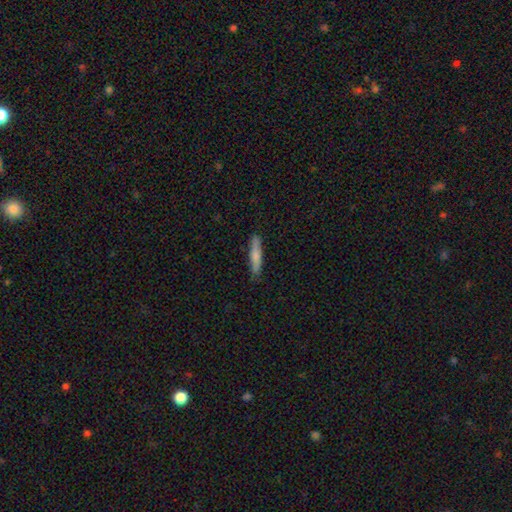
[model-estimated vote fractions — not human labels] The model was most divided on "smooth or featured": smooth: 74%, featured or disk: 20%, star or artifact: 5%. More confident: how rounded — cigar-shaped (89%); merging — none (85%).